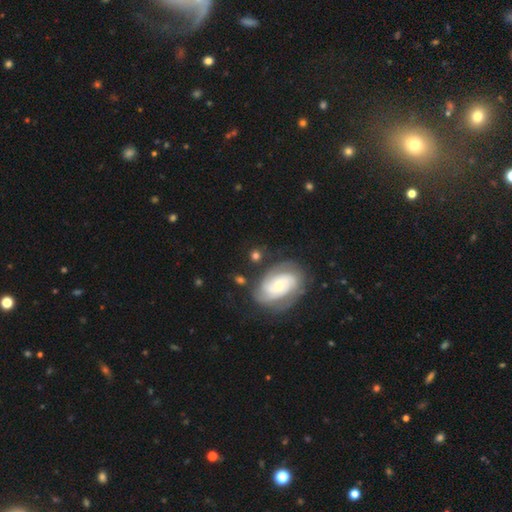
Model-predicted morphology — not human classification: Overall: featured or disk (48%; smooth 42%). Merging: none (68%).